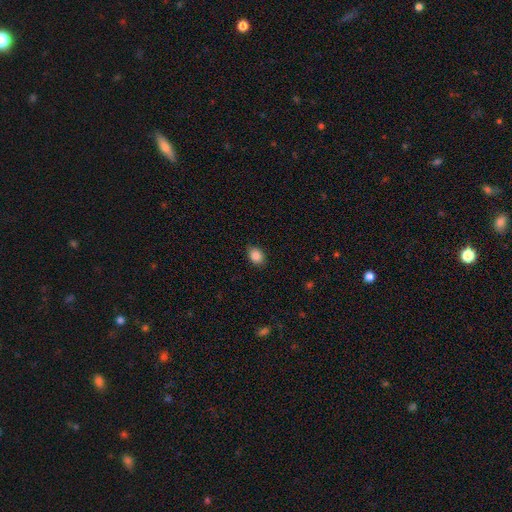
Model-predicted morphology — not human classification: The model was most divided on "how rounded": in between: 71%, round: 28%, cigar-shaped: 1%. More confident: smooth or featured — smooth (87%); merging — none (86%).